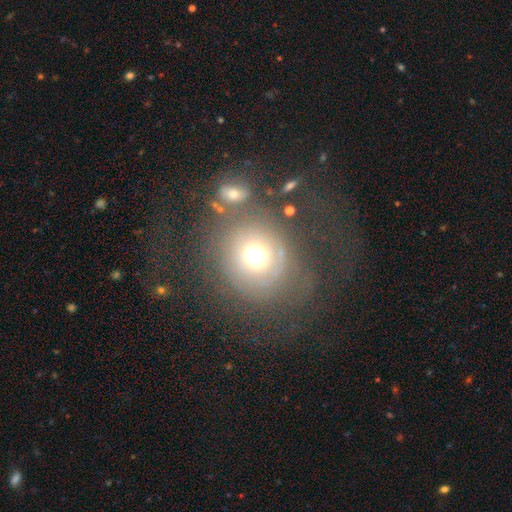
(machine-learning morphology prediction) A smooth galaxy with no disk features (54%) that is round (80%).

Vote fractions:
- Smooth or featured? smooth: 54% / featured or disk: 32% / star or artifact: 13%
- How rounded? round: 80% / in between: 19% / cigar-shaped: 1%
- Merging? none: 56% / major disturbance: 16% / minor disturbance: 16% / merger: 12%